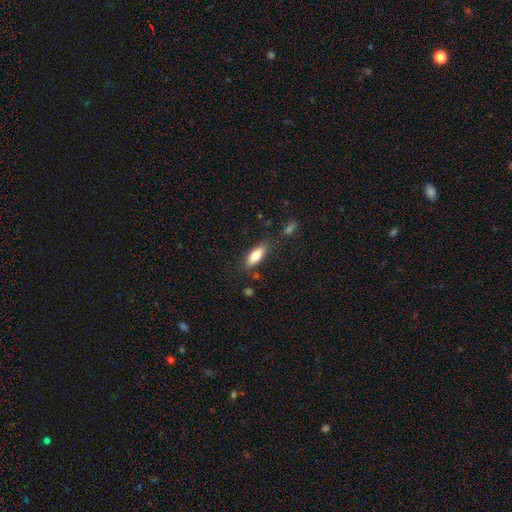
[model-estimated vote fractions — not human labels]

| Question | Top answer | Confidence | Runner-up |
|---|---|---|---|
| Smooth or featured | smooth | 80% | featured or disk (14%) |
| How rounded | in between | 72% | cigar-shaped (26%) |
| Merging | none | 81% | minor disturbance (13%) |